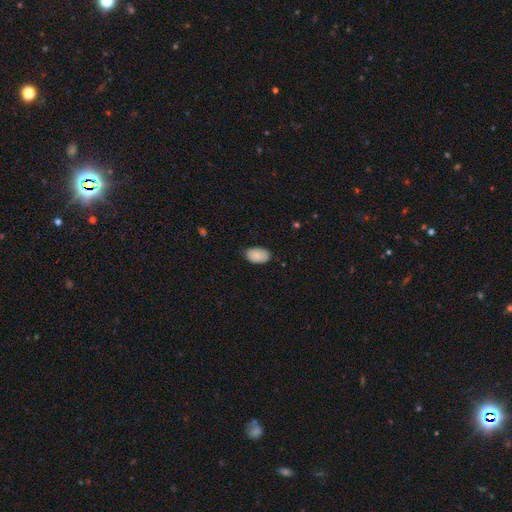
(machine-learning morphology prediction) type=smooth (88%); roundness=in between (91%); merging=none (75%).